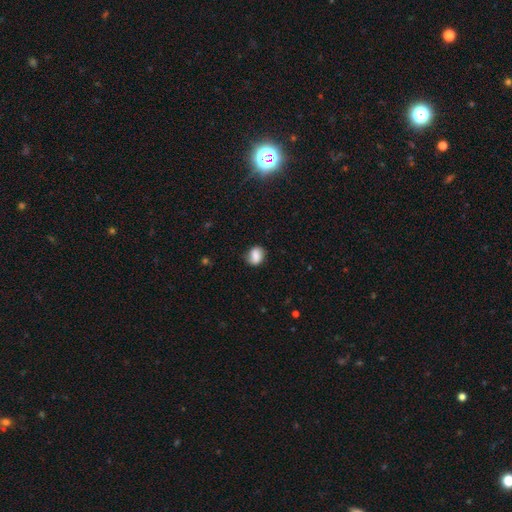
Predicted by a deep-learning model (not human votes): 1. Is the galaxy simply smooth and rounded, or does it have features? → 77% smooth, 14% featured or disk, 9% star or artifact.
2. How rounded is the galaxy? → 56% in between, 42% round, 1% cigar-shaped.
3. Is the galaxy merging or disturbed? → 64% none, 26% minor disturbance, 7% major disturbance, 2% merger.